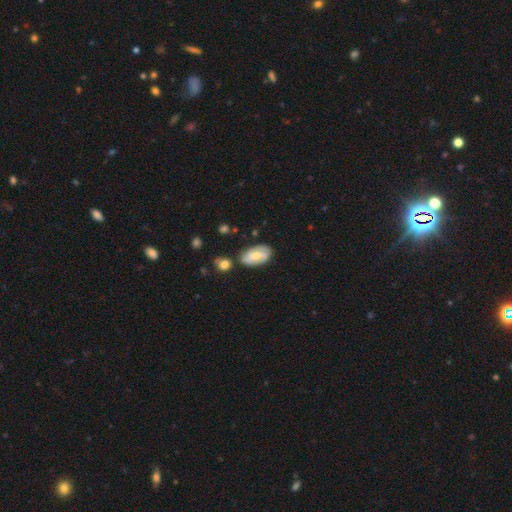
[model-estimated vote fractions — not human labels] This is possibly a featured or disk galaxy (55%). It is clearly not viewed edge-on (94%). Bar: possibly weak (47%). Spiral arm pattern: likely yes (76%). Central bulge: possibly moderate (60%). Merging: likely none (72%).